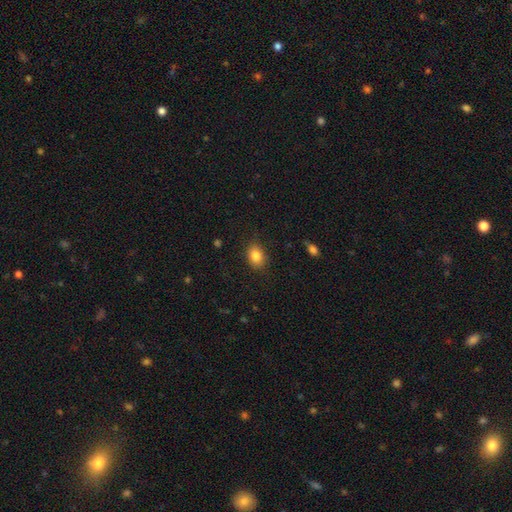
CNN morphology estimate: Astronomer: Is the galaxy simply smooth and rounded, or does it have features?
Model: smooth — 85%.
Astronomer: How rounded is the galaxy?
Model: in between — 64%.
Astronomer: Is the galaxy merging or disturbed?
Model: none — 85%.